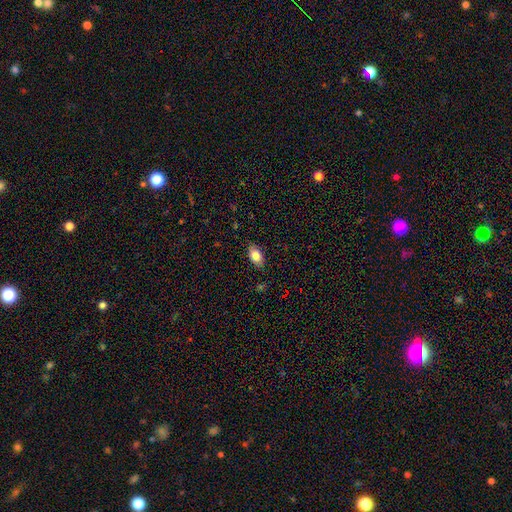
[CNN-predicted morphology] Smooth or featured: smooth — 81% (featured or disk — 11%)
How rounded: in between — 92% (round — 5%)
Merging: none — 86% (minor disturbance — 11%)